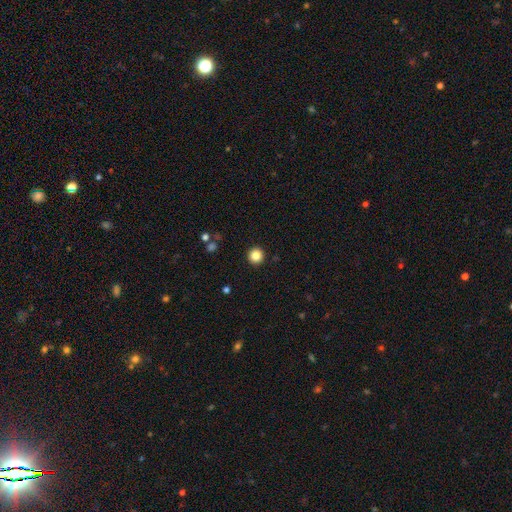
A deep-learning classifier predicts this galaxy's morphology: Q: Smooth or featured?
A: smooth (84%); runner-up: star or artifact (11%)
Q: How rounded?
A: round (95%); runner-up: in between (4%)
Q: Merging?
A: none (93%); runner-up: minor disturbance (4%)